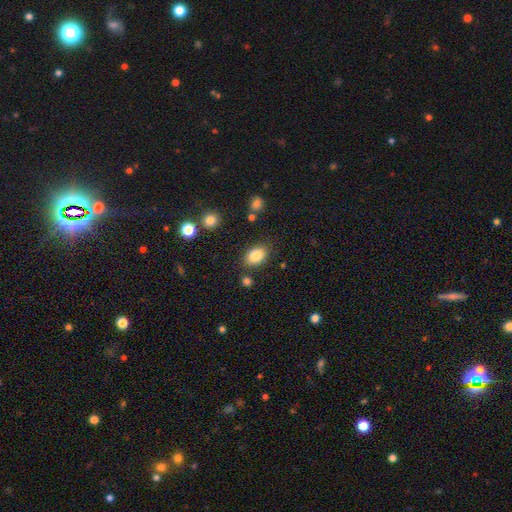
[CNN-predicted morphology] smooth 85%, star or artifact 8%, featured or disk 7%. Down the decision tree: how rounded — in between (82%); merging — none (81%).